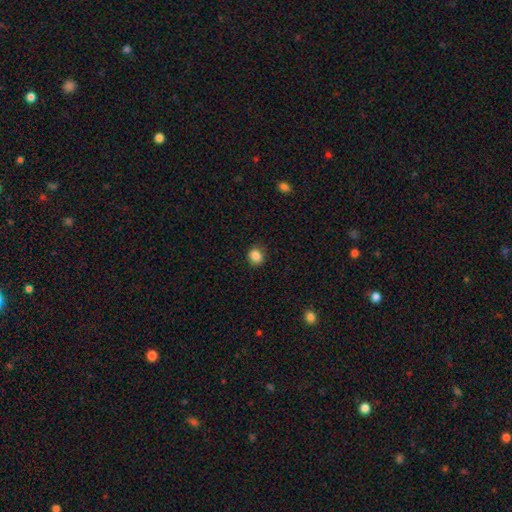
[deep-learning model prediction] Smooth or featured: smooth — 86% (star or artifact — 10%)
How rounded: round — 75% (in between — 24%)
Merging: none — 86% (minor disturbance — 10%)